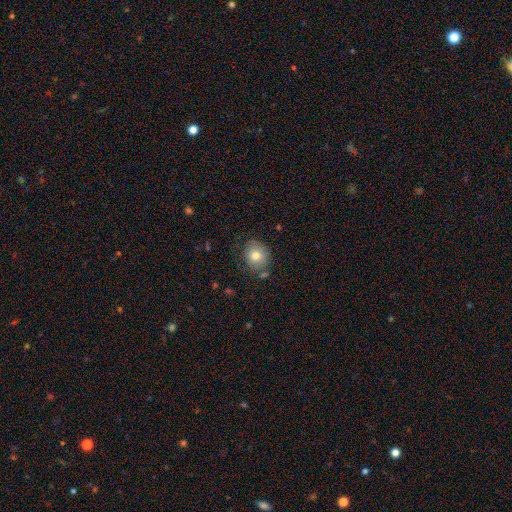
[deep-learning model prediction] smooth_or_featured: smooth (p=0.77) [alt: featured or disk p=0.14]
how_rounded: round (p=0.70) [alt: in between p=0.30]
merging: none (p=0.74) [alt: minor disturbance p=0.16]